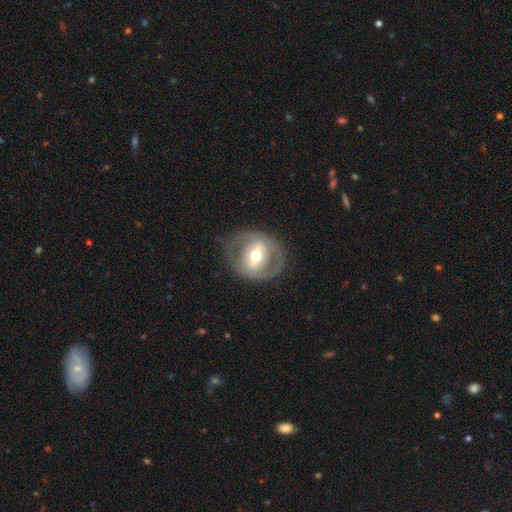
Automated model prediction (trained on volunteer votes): Smooth or featured? Predicted: featured or disk (p=0.64). Edge-on disk? Predicted: no (p=0.93). Bar? Predicted: strong (p=0.41). Spiral arms? Predicted: no (p=0.71). Bulge size? Predicted: moderate (p=0.71). Merging? Predicted: none (p=0.78).